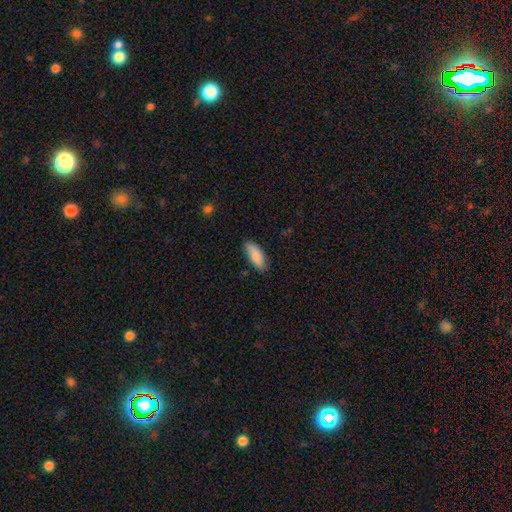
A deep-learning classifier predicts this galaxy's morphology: Smooth or featured? Predicted: smooth (p=0.87). How rounded? Predicted: in between (p=0.77). Merging? Predicted: none (p=0.79).